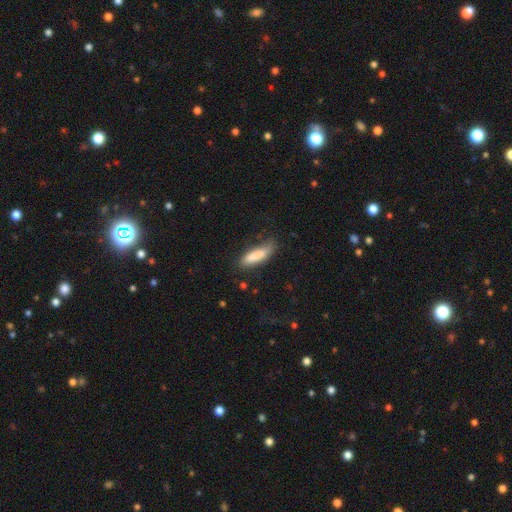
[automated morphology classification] Smooth or featured? smooth (83%)
How rounded? cigar-shaped (61%)
Merging? none (62%)